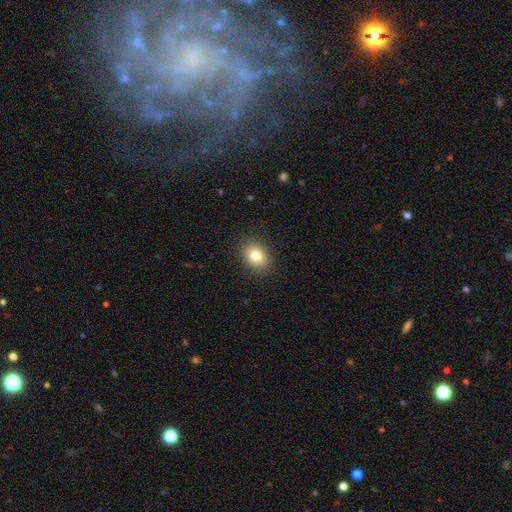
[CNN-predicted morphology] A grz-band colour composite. It shows a smooth galaxy with no disk features (81%) that is in between round and cigar-shaped (58%). Merging: none (89%).